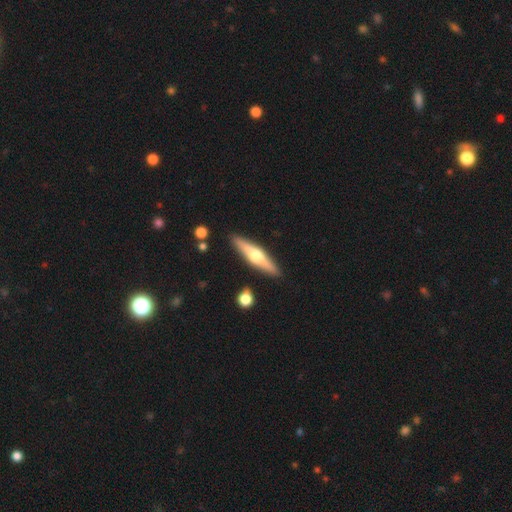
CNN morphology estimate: Overall: featured or disk (62%; smooth 32%). Edge-on disk: yes (95%). Edge-on bulge: rounded (94%). Merging: none (89%).